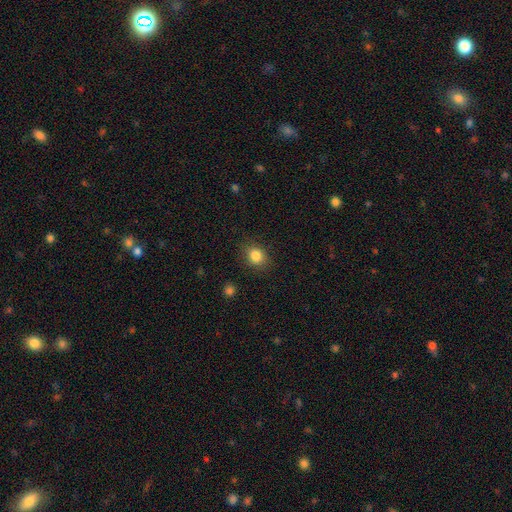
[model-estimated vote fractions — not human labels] A smooth galaxy with no disk features (85%) that is round (61%). Merging: none (84%).